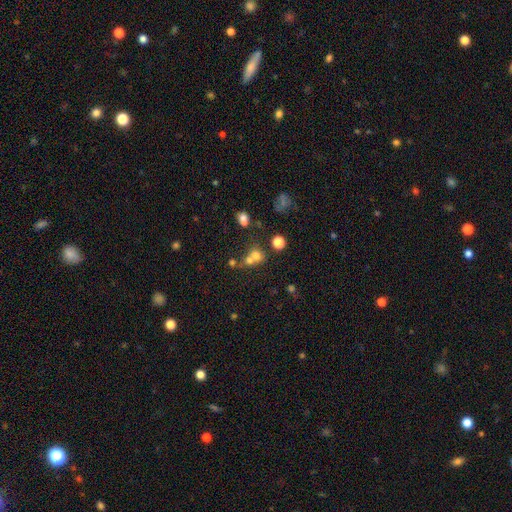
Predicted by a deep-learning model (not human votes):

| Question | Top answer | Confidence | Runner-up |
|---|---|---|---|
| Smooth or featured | smooth | 66% | star or artifact (19%) |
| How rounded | round | 77% | in between (22%) |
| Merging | merger | 53% | none (36%) |